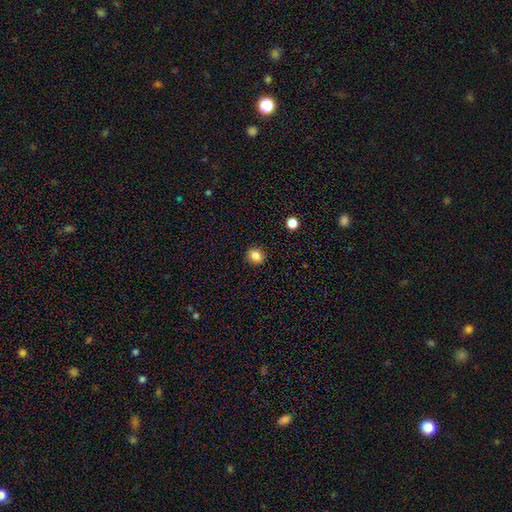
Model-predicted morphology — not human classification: The model was most divided on "how rounded": round: 80%, in between: 19%, cigar-shaped: 1%. More confident: merging — none (90%); smooth or featured — smooth (83%).